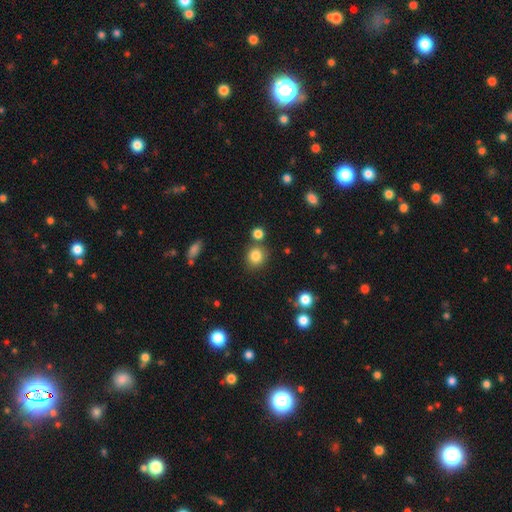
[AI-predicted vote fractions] smooth 83%, star or artifact 11%, featured or disk 6%. Down the decision tree: how rounded — round (82%); merging — none (76%).